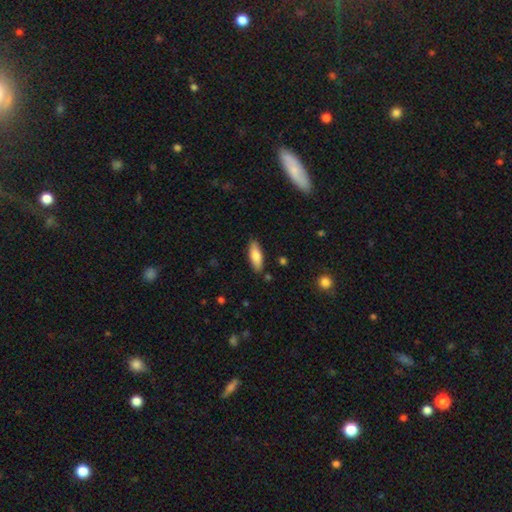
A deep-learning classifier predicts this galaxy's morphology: Q: Smooth or featured?
A: smooth (79%); runner-up: featured or disk (15%)
Q: How rounded?
A: in between (64%); runner-up: cigar-shaped (34%)
Q: Merging?
A: none (86%); runner-up: minor disturbance (10%)